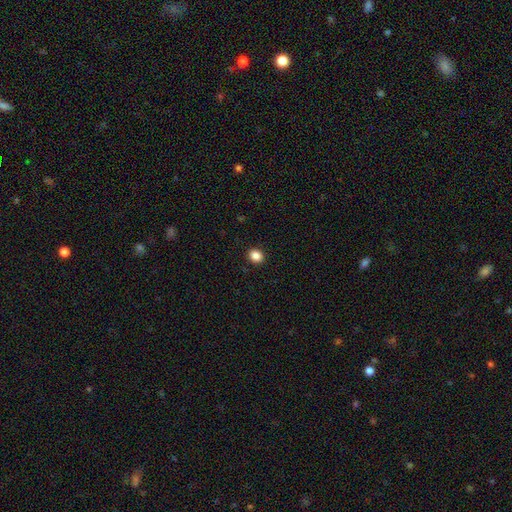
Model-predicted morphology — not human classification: type=smooth (86%); roundness=round (74%); merging=none (92%).